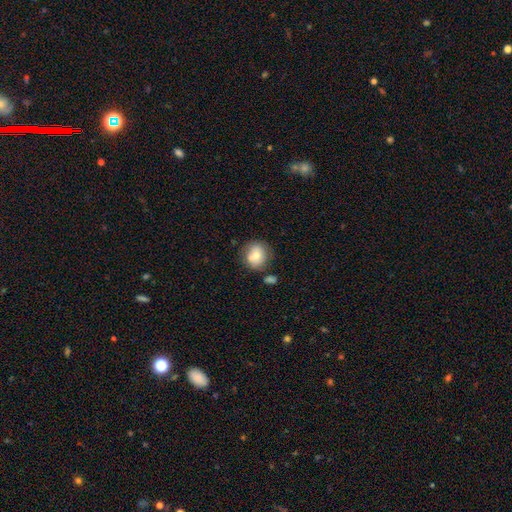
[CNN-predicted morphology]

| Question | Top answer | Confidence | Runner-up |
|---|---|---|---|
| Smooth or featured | smooth | 73% | featured or disk (18%) |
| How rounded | round | 75% | in between (24%) |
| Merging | none | 65% | minor disturbance (18%) |